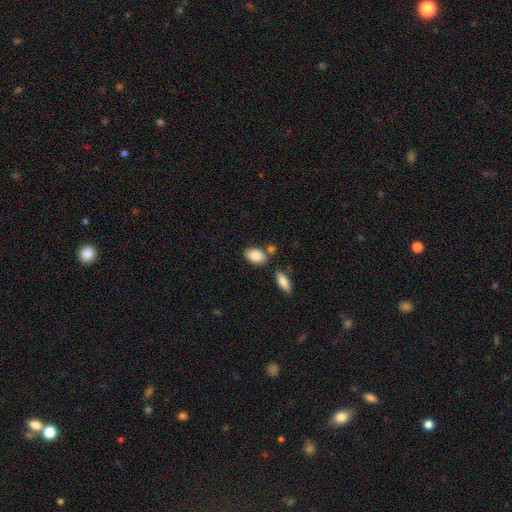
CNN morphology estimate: This is clearly a smooth galaxy (85%). How rounded: clearly in between (90%). Merging: likely none (69%).